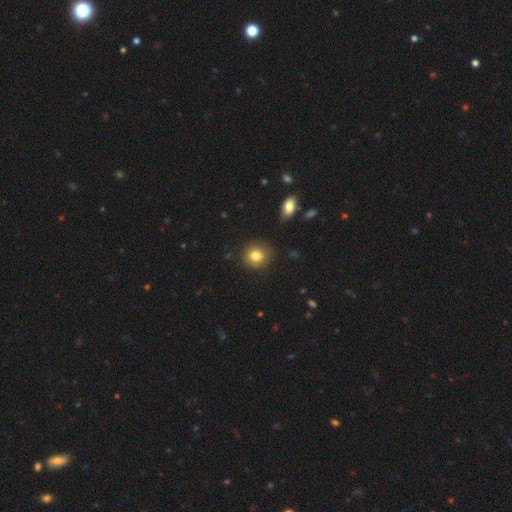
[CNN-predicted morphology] A smooth galaxy with no disk features (82%) that is round (89%).

Vote fractions:
- Smooth or featured? smooth: 82% / star or artifact: 10% / featured or disk: 8%
- How rounded? round: 89% / in between: 10% / cigar-shaped: 1%
- Merging? none: 87% / minor disturbance: 9% / major disturbance: 2% / merger: 2%